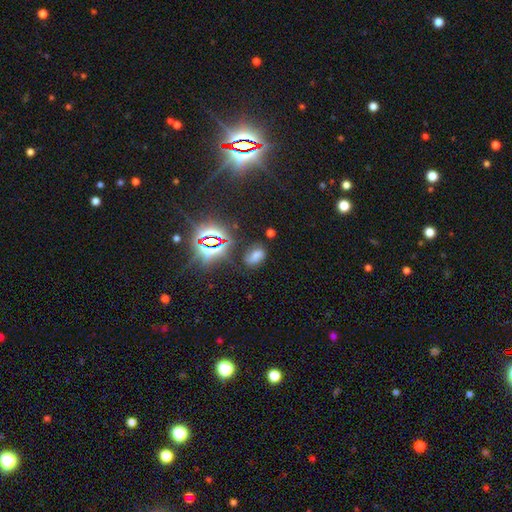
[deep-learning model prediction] Smooth or featured? Predicted: smooth (p=0.54). How rounded? Predicted: in between (p=0.85). Merging? Predicted: none (p=0.66).